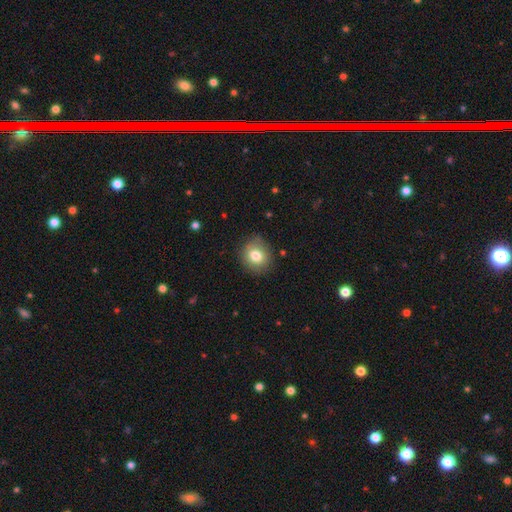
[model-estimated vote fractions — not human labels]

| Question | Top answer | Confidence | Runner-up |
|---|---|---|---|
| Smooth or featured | smooth | 80% | featured or disk (11%) |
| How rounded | round | 79% | in between (20%) |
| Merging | none | 84% | minor disturbance (11%) |